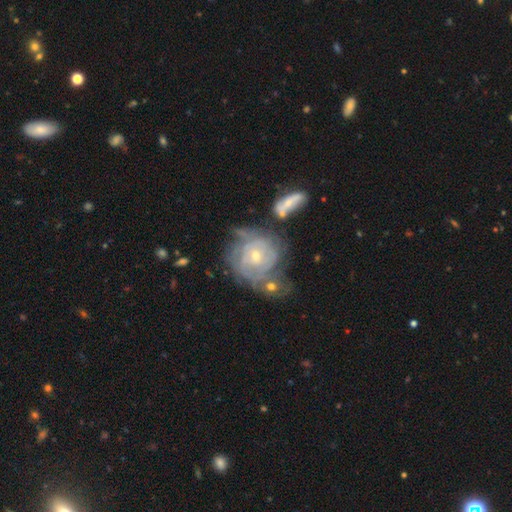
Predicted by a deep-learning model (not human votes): A featured or disk galaxy (79%) with no bar (76%), tight (76%) spiral arms (86%) and a small central bulge (60%).

Vote fractions:
- Smooth or featured? featured or disk: 79% / smooth: 13% / star or artifact: 8%
- Edge-on disk? no: 96% / yes: 4%
- Bar? no: 76% / weak: 20% / strong: 5%
- Spiral arms? yes: 86% / no: 14%
- Spiral winding? tight: 76% / medium: 19% / loose: 6%
- Spiral arm count? can't tell: 53% / 2: 14% / 3: 13% / 4: 10% / more than 4: 6% / 1: 5%
- Bulge size? small: 60% / moderate: 37% / large: 1% / none: 1% / dominant: 1%
- Merging? none: 48% / minor disturbance: 21% / merger: 19% / major disturbance: 13%